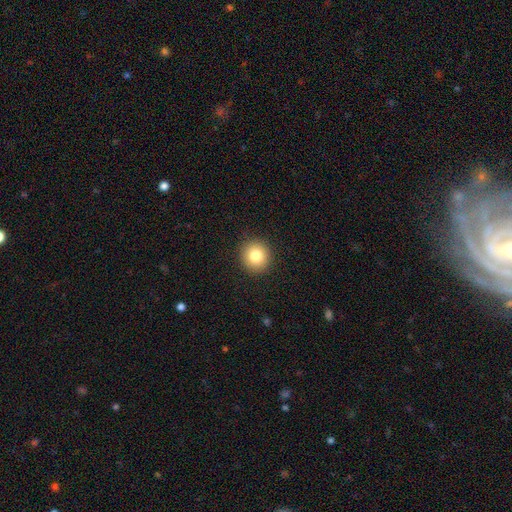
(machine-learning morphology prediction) Q: Smooth or featured?
A: smooth (81%); runner-up: star or artifact (10%)
Q: How rounded?
A: round (91%); runner-up: in between (8%)
Q: Merging?
A: none (92%); runner-up: minor disturbance (6%)